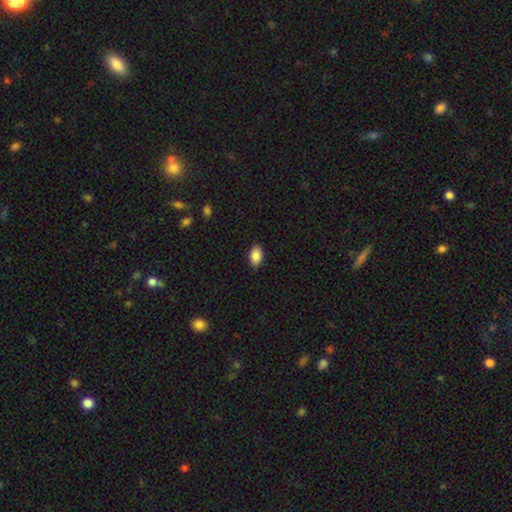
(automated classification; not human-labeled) This is clearly a smooth galaxy (88%). How rounded: clearly in between (93%). Merging: clearly none (88%).